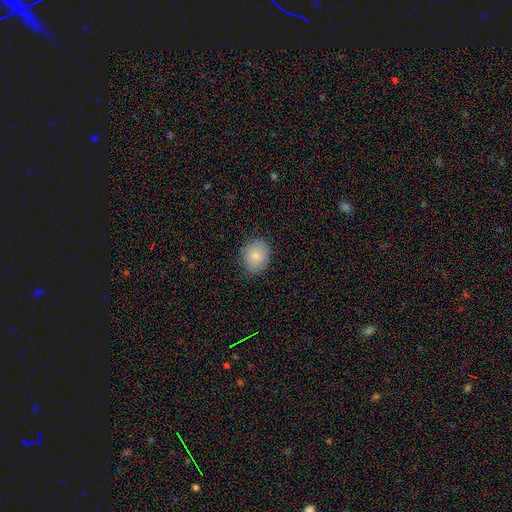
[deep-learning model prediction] A smooth galaxy with no disk features (79%) that is round (61%).

Vote fractions:
- Smooth or featured? smooth: 79% / featured or disk: 12% / star or artifact: 9%
- How rounded? round: 61% / in between: 38% / cigar-shaped: 1%
- Merging? none: 83% / minor disturbance: 13% / major disturbance: 3% / merger: 1%